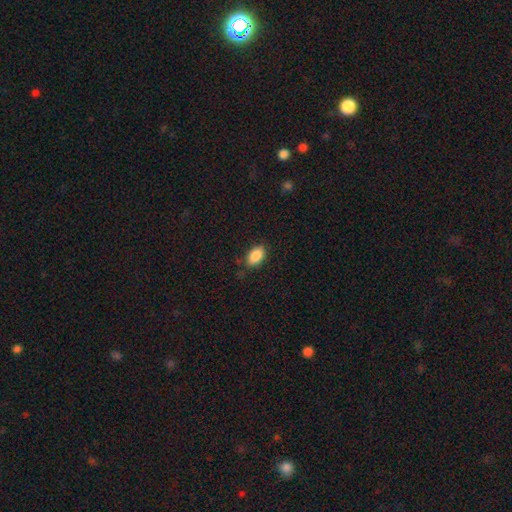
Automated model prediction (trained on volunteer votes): Q: Smooth or featured?
A: smooth (87%); runner-up: star or artifact (7%)
Q: How rounded?
A: in between (92%); runner-up: round (6%)
Q: Merging?
A: none (82%); runner-up: minor disturbance (14%)